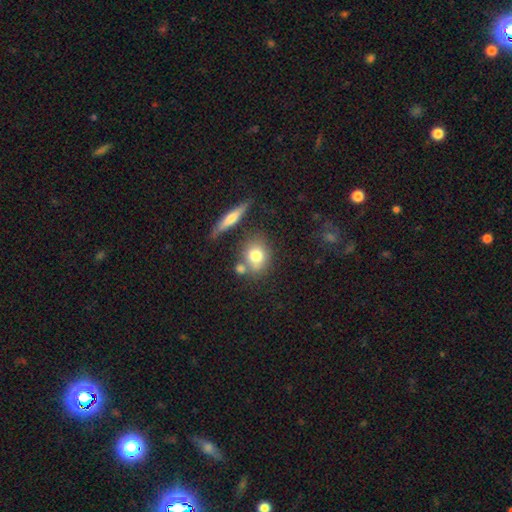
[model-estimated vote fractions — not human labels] Q: Smooth or featured?
A: smooth (75%); runner-up: featured or disk (16%)
Q: How rounded?
A: round (57%); runner-up: in between (39%)
Q: Merging?
A: none (60%); runner-up: merger (20%)